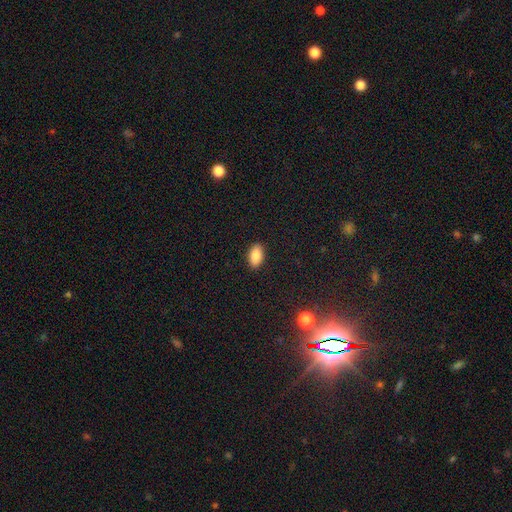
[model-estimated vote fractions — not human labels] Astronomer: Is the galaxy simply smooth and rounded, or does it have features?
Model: smooth — 87%.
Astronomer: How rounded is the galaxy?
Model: in between — 93%.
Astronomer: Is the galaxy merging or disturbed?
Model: none — 90%.